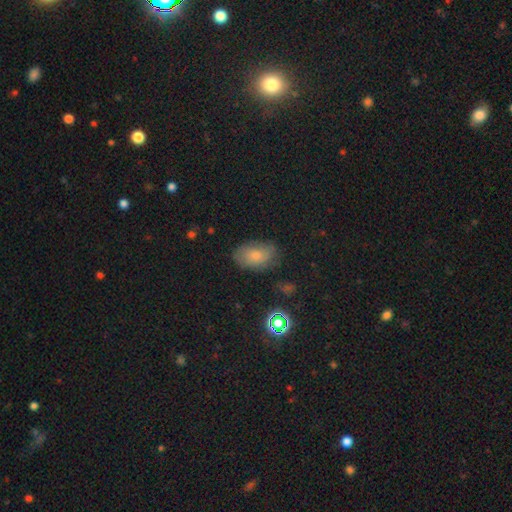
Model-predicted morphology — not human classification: Smooth or featured? smooth (69%)
How rounded? in between (88%)
Merging? none (72%)